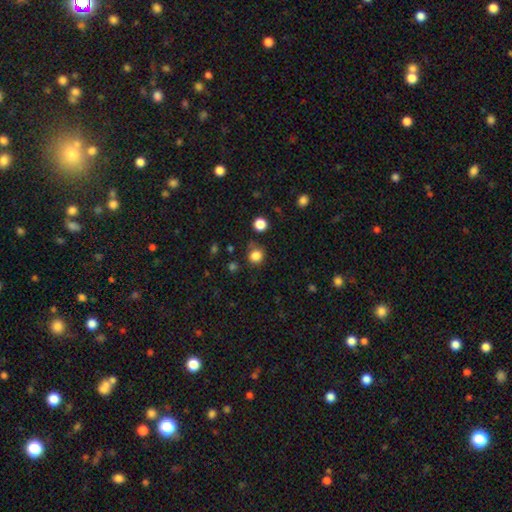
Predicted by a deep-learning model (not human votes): Q: Smooth or featured?
A: smooth (83%); runner-up: star or artifact (13%)
Q: How rounded?
A: round (87%); runner-up: in between (12%)
Q: Merging?
A: none (79%); runner-up: minor disturbance (12%)